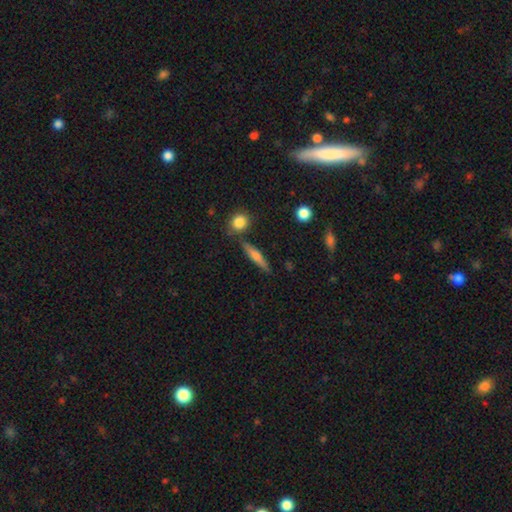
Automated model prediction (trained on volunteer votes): This is possibly a featured or disk galaxy (52%). It is clearly viewed edge-on (94%). Merging: clearly none (82%).